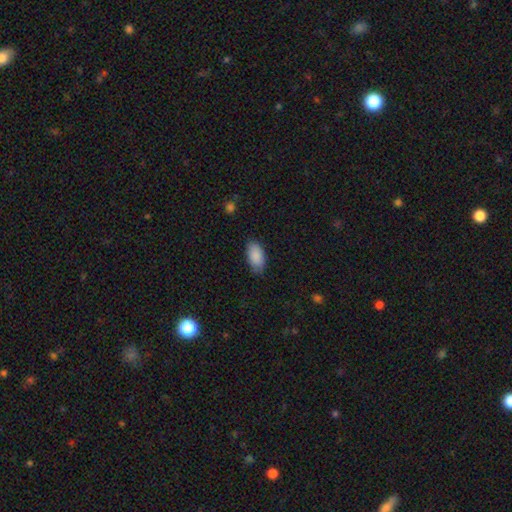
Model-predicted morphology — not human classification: Smooth or featured? Predicted: smooth (p=0.89). How rounded? Predicted: in between (p=0.94). Merging? Predicted: none (p=0.79).